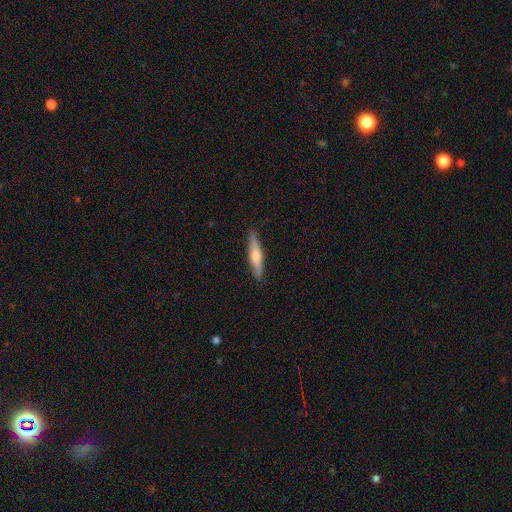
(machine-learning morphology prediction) smooth-or-featured: smooth: 50% | featured or disk: 45% | star or artifact: 6%
  merging: none: 90% | minor disturbance: 8% | major disturbance: 2% | merger: 1%